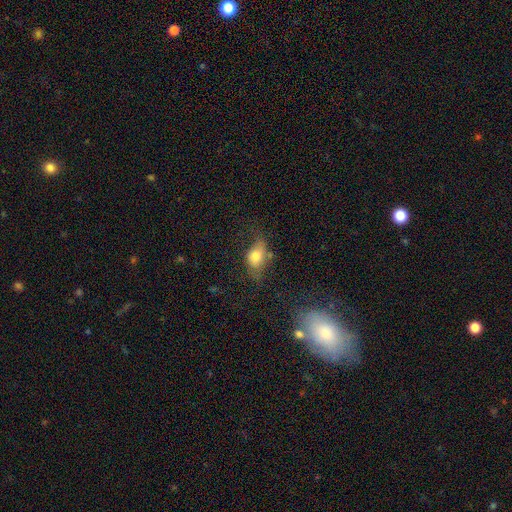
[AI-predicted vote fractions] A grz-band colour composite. It shows a smooth galaxy with no disk features (68%) that is in between round and cigar-shaped (79%). Merging: none (40%).